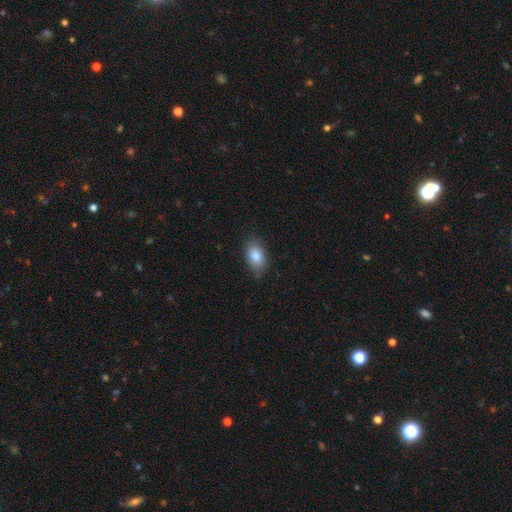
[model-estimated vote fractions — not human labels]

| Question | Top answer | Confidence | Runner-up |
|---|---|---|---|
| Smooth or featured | smooth | 85% | star or artifact (8%) |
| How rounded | in between | 87% | round (11%) |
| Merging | none | 81% | minor disturbance (15%) |